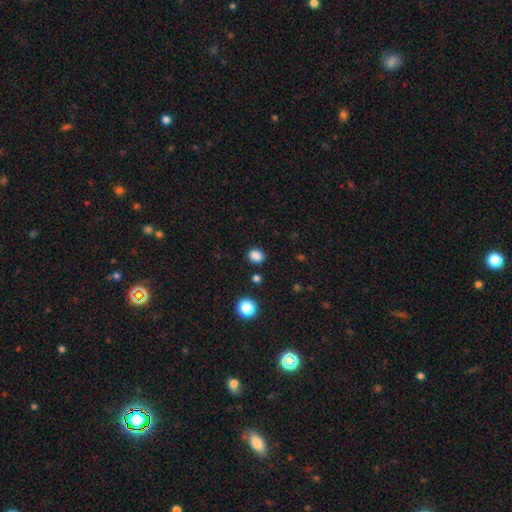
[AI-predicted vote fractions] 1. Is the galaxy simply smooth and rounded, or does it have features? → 84% smooth, 12% star or artifact, 3% featured or disk.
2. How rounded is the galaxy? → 54% round, 45% in between, 1% cigar-shaped.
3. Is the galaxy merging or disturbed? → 84% none, 10% minor disturbance, 3% major disturbance, 3% merger.